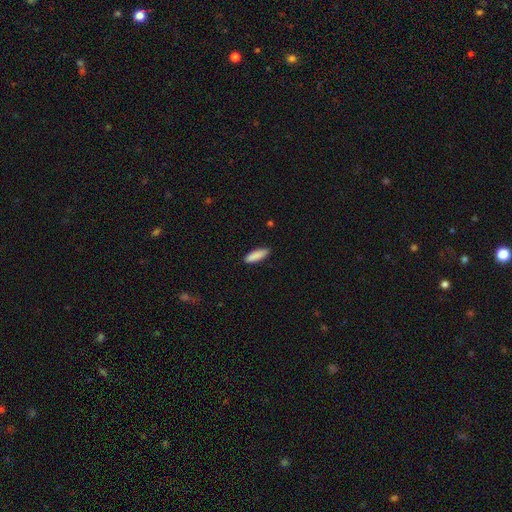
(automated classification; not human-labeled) This is clearly a smooth galaxy (89%). How rounded: possibly cigar-shaped (50%). Merging: clearly none (89%).